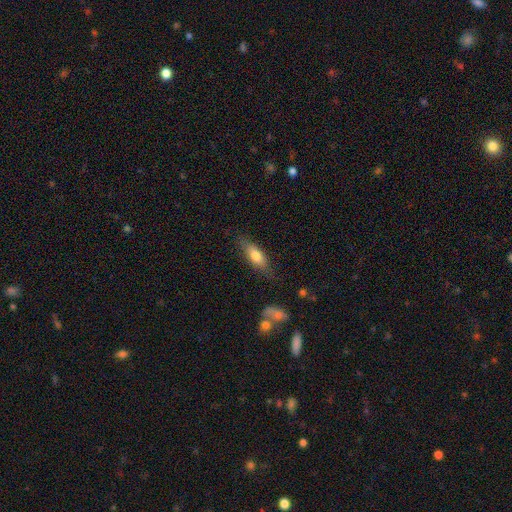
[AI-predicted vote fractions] This appears to be a smooth galaxy with no disk features (71%) that is in between round and cigar-shaped (58%). Merging: none (74%).